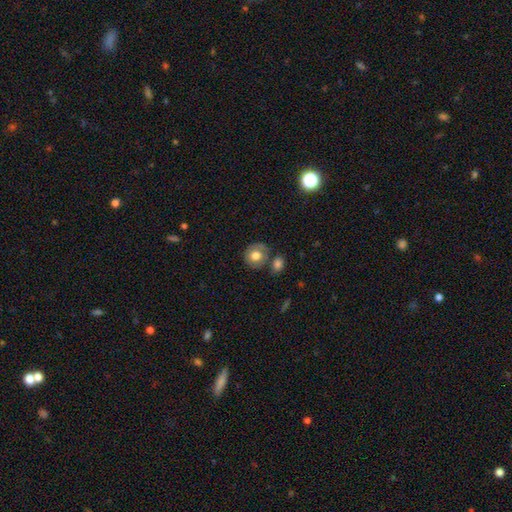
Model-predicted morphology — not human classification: A smooth galaxy with no disk features (67%) that is round (80%). Merging: none (61%).